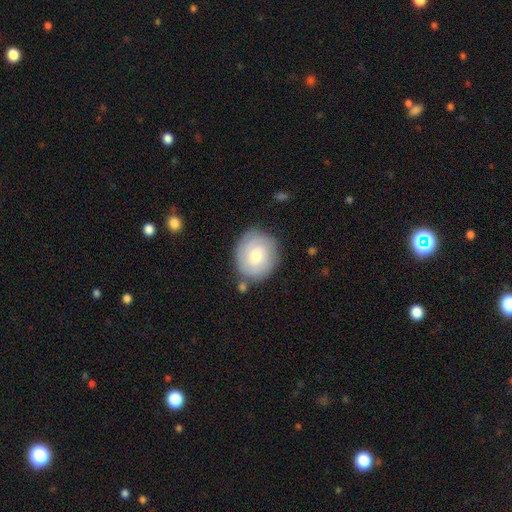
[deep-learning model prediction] The model was most divided on "smooth or featured": smooth: 51%, featured or disk: 42%, star or artifact: 7%. More confident: how rounded — round (79%); merging — none (78%).